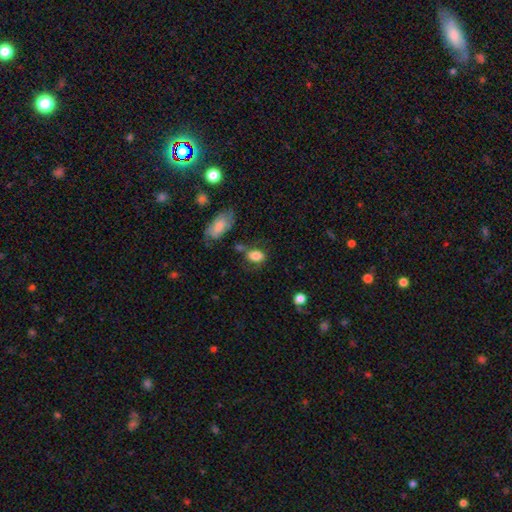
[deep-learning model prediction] smooth_or_featured: smooth (p=0.80) [alt: featured or disk p=0.12]
how_rounded: in between (p=0.83) [alt: round p=0.15]
merging: none (p=0.54) [alt: minor disturbance p=0.23]